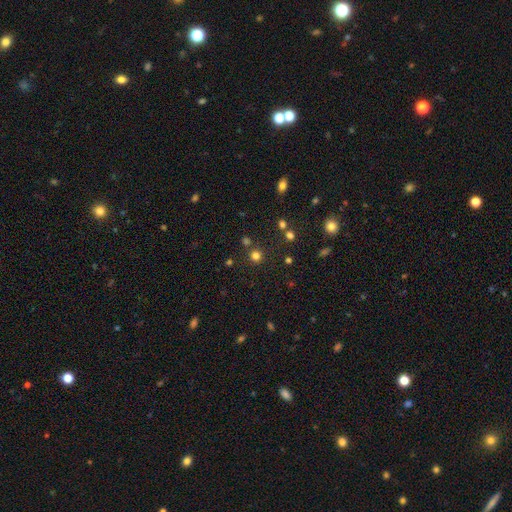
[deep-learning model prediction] Smooth or featured: smooth — 73% (star or artifact — 22%)
How rounded: round — 94% (in between — 5%)
Merging: none — 83% (merger — 7%)